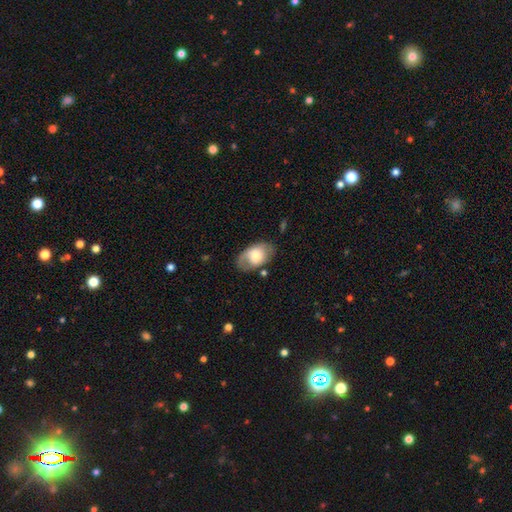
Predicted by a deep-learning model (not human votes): A smooth galaxy with no disk features (61%) that is in between round and cigar-shaped (89%).

Vote fractions:
- Smooth or featured? smooth: 61% / featured or disk: 32% / star or artifact: 7%
- How rounded? in between: 89% / round: 10% / cigar-shaped: 1%
- Merging? none: 66% / minor disturbance: 22% / major disturbance: 8% / merger: 3%